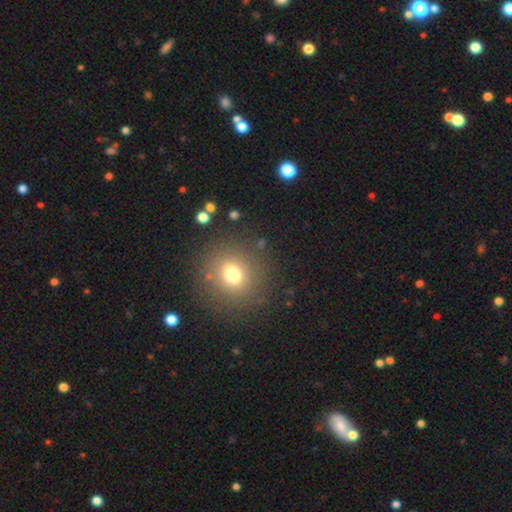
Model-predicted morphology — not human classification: This is likely a smooth galaxy (63%). How rounded: clearly round (92%). Merging: clearly none (89%).